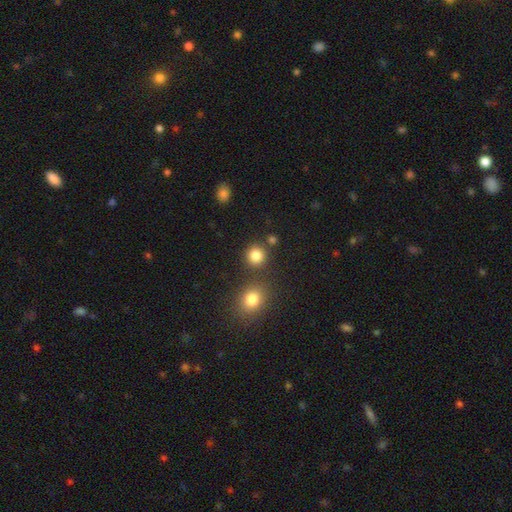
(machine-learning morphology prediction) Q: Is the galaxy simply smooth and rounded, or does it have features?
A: smooth — 84%.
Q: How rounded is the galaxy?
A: round — 89%.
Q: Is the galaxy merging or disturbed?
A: none — 80%.